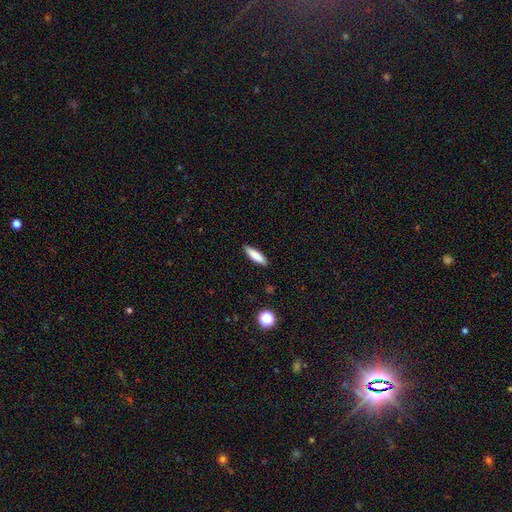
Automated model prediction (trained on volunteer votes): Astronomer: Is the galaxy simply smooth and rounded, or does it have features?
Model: smooth — 82%.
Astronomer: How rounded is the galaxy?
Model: cigar-shaped — 67%.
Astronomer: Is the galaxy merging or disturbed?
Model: none — 88%.